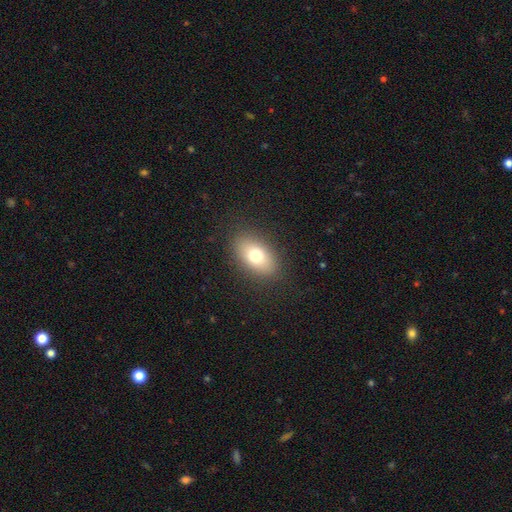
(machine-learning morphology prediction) Smooth or featured?
  - smooth: 75% *
  - featured or disk: 15%
  - star or artifact: 10%
How rounded?
  - in between: 87% *
  - round: 11%
  - cigar-shaped: 2%
Merging?
  - none: 86% *
  - minor disturbance: 9%
  - major disturbance: 4%
  - merger: 1%